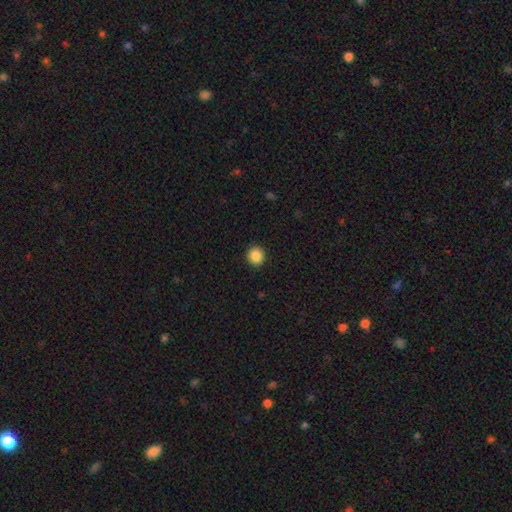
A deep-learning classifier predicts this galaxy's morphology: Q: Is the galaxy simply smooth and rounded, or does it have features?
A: smooth — 87%.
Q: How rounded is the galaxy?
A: round — 90%.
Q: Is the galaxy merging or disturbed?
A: none — 92%.